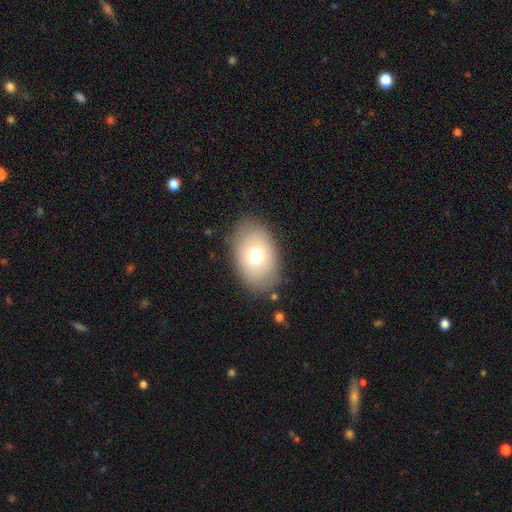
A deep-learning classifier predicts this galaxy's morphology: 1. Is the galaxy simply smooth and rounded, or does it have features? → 70% smooth, 21% featured or disk, 9% star or artifact.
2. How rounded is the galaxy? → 85% in between, 14% round, 1% cigar-shaped.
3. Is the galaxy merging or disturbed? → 84% none, 11% minor disturbance, 4% major disturbance, 1% merger.